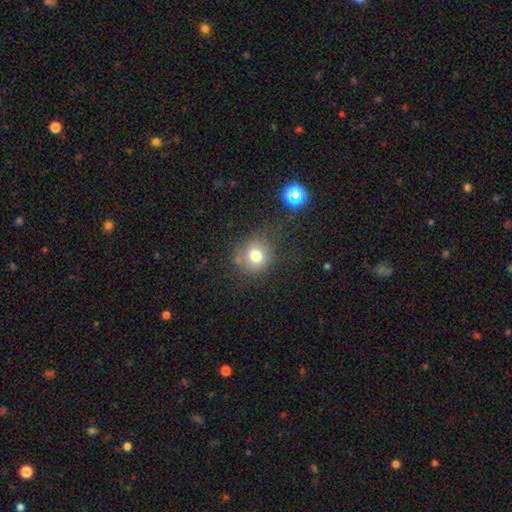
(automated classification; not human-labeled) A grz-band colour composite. It shows a smooth galaxy with no disk features (75%) that is round (86%). Merging: none (71%).